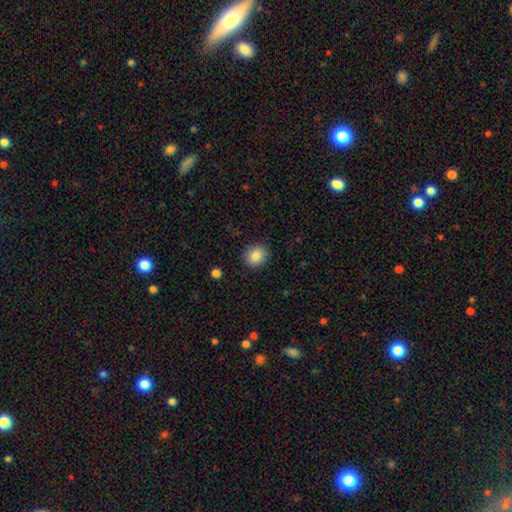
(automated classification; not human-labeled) Smooth or featured?
  - smooth: 86% *
  - star or artifact: 9%
  - featured or disk: 5%
How rounded?
  - round: 75% *
  - in between: 24%
  - cigar-shaped: 1%
Merging?
  - none: 89% *
  - minor disturbance: 8%
  - major disturbance: 2%
  - merger: 1%